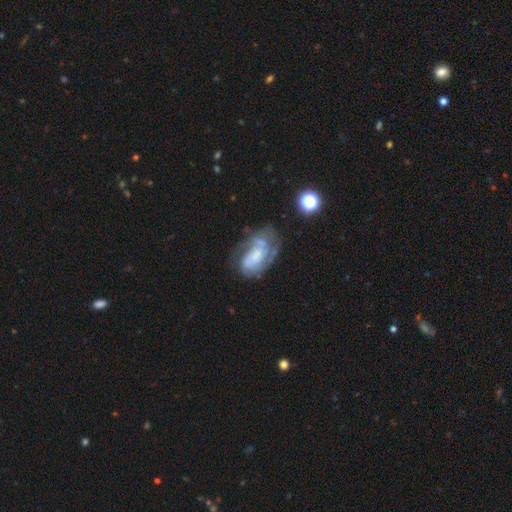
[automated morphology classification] This appears to be a featured or disk galaxy (74%) with no bar (54%), 2 (46%) tight (45%) spiral arms (85%) and a small central bulge (32%). Merging: none (49%).